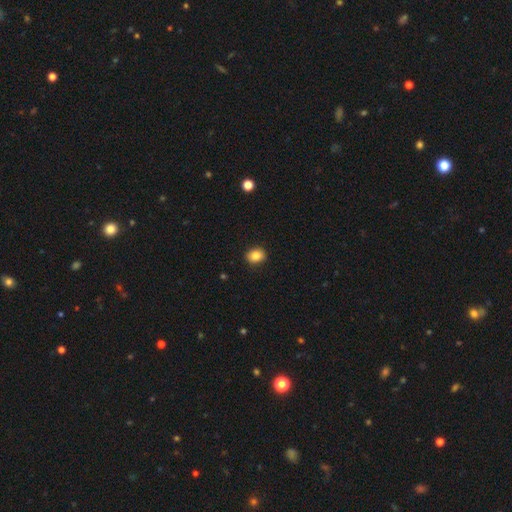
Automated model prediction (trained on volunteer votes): Smooth or featured?
  - smooth: 85% *
  - star or artifact: 10%
  - featured or disk: 6%
How rounded?
  - round: 51% *
  - in between: 48%
  - cigar-shaped: 1%
Merging?
  - none: 90% *
  - minor disturbance: 7%
  - major disturbance: 2%
  - merger: 1%